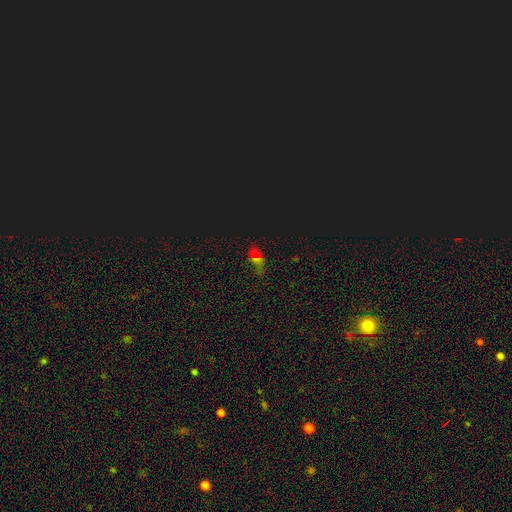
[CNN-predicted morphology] This is marginally a star or artifact rather than a galaxy (44%, tied with smooth).